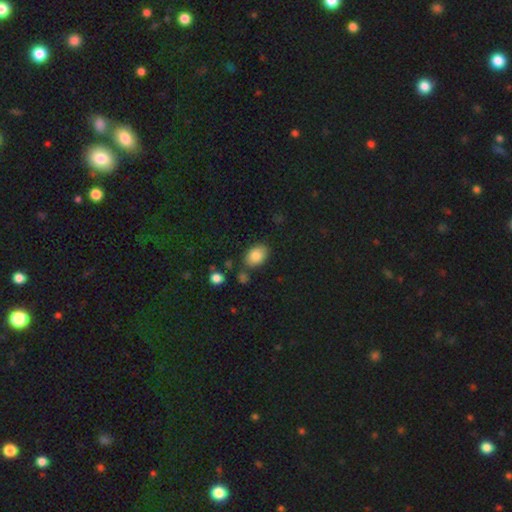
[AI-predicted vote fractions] smooth_or_featured: smooth (p=0.85) [alt: star or artifact p=0.08]
how_rounded: in between (p=0.84) [alt: round p=0.14]
merging: none (p=0.76) [alt: minor disturbance p=0.15]